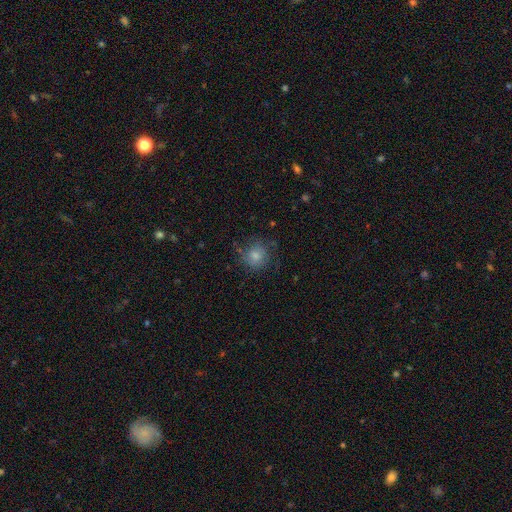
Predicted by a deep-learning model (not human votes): This is likely a smooth galaxy (76%). How rounded: clearly round (86%). Merging: likely none (72%).